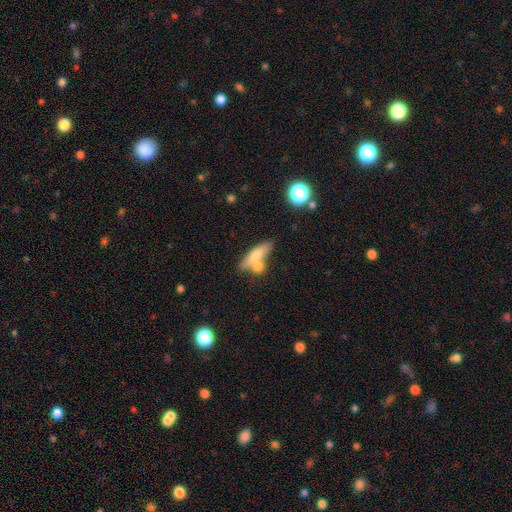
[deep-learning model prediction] This is likely a smooth galaxy (62%). How rounded: likely cigar-shaped (61%). Merging: possibly none (53%).